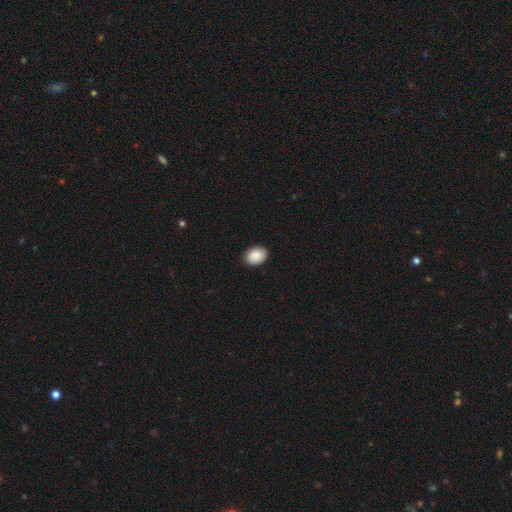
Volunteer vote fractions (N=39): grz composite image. It shows a smooth galaxy with no disk features (95%) that is in between round and cigar-shaped (86%). Merging: none (100%).